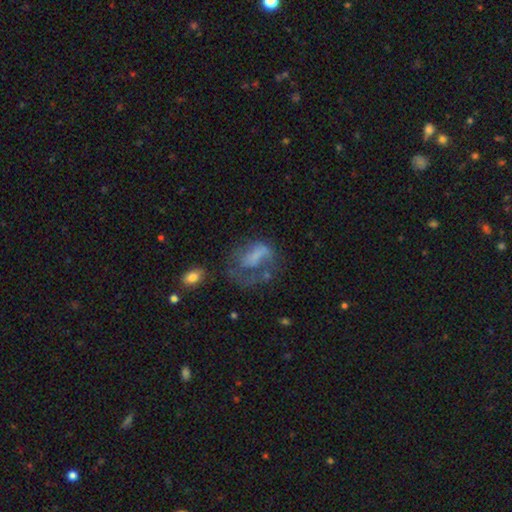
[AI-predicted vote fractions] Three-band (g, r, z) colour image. It shows a featured or disk galaxy (46%). Merging: major disturbance (50%).